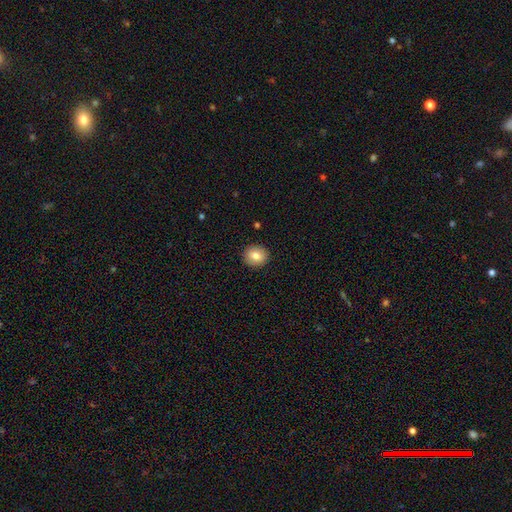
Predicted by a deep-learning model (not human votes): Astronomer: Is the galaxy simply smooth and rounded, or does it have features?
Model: smooth — 81%.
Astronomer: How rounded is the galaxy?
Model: round — 83%.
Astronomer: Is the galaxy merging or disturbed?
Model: none — 91%.